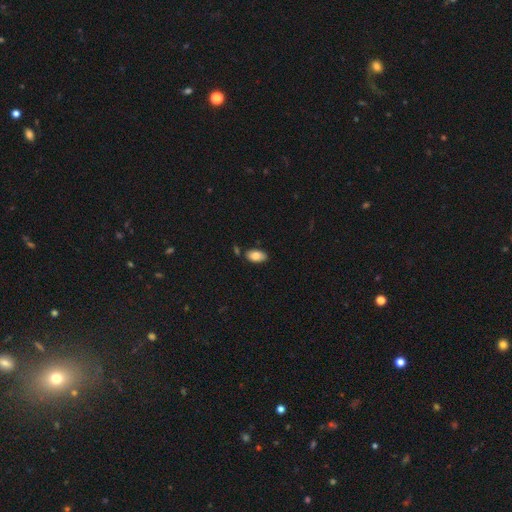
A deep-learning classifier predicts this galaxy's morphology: A smooth galaxy with no disk features (82%) that is in between round and cigar-shaped (94%). Merging: none (78%).